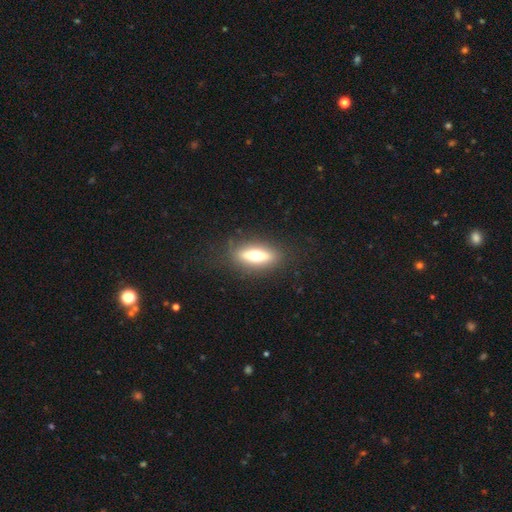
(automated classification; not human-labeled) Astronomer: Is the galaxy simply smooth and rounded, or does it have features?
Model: featured or disk — 47% (runner-up: smooth, 45%).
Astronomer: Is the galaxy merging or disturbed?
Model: none — 84%.